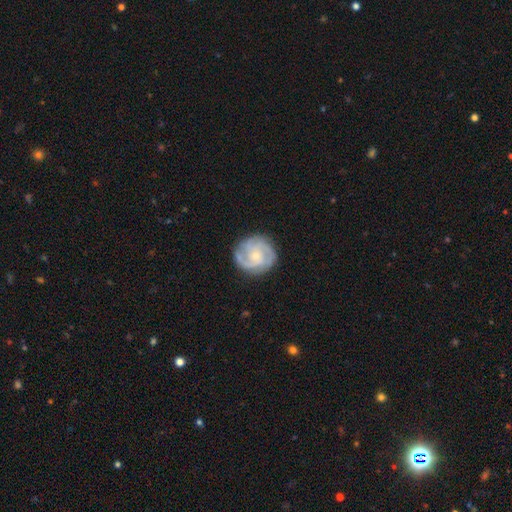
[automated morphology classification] A featured or disk galaxy (83%) with no bar (72%), 3 (44%) tight (52%) spiral arms (96%) and a small central bulge (73%).

Vote fractions:
- Smooth or featured? featured or disk: 83% / smooth: 12% / star or artifact: 5%
- Edge-on disk? no: 98% / yes: 2%
- Bar? no: 72% / weak: 24% / strong: 4%
- Spiral arms? yes: 96% / no: 4%
- Spiral winding? tight: 52% / medium: 39% / loose: 8%
- Spiral arm count? 3: 44% / 2: 21% / can't tell: 15% / 4: 11% / 1: 5% / more than 4: 5%
- Bulge size? small: 73% / moderate: 23% / none: 2% / large: 1% / dominant: 1%
- Merging? none: 80% / minor disturbance: 14% / major disturbance: 5% / merger: 1%